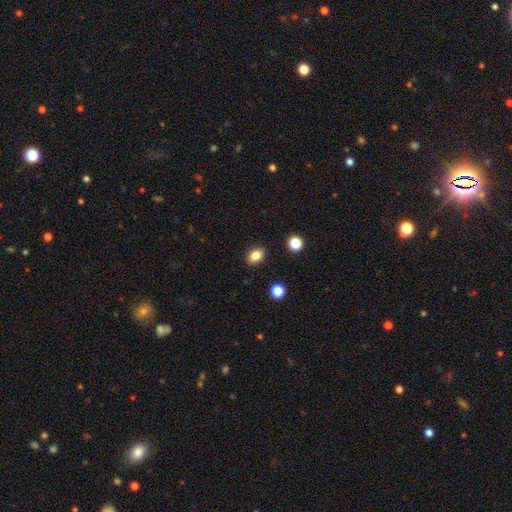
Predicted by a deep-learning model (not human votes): Smooth or featured?
  - smooth: 83% *
  - star or artifact: 11%
  - featured or disk: 6%
How rounded?
  - in between: 69% *
  - round: 30%
  - cigar-shaped: 1%
Merging?
  - none: 88% *
  - minor disturbance: 8%
  - major disturbance: 2%
  - merger: 2%